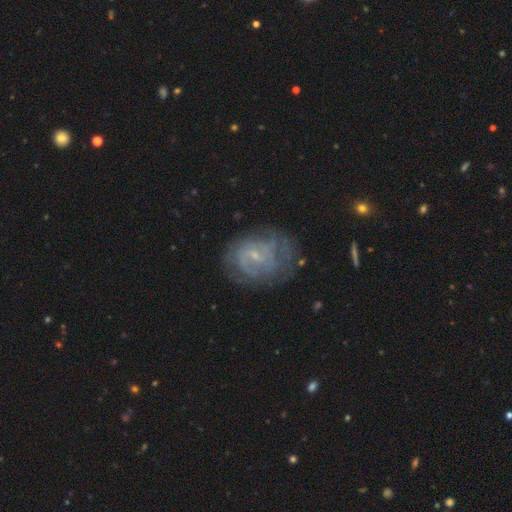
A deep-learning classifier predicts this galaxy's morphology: This appears to be a featured or disk galaxy (70%) with no bar (47%), tight (47%) spiral arms (78%) and a small central bulge (74%). Merging: none (58%).